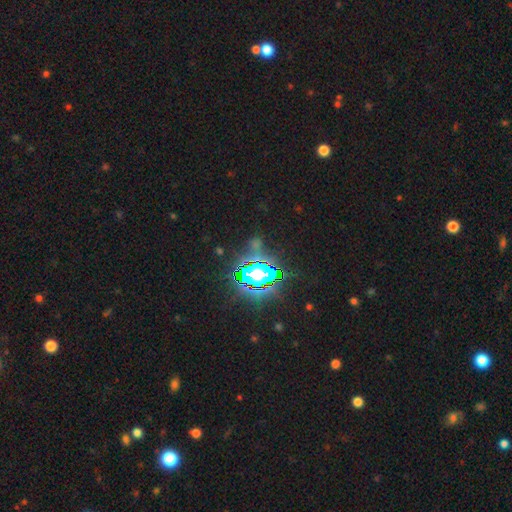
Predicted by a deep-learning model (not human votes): A star or artifact, not a galaxy (84%).